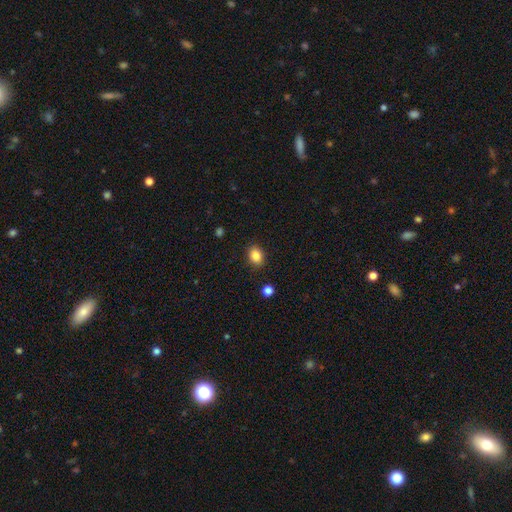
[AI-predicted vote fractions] The model was most divided on "how rounded": in between: 66%, round: 33%, cigar-shaped: 1%. More confident: merging — none (88%); smooth or featured — smooth (86%).